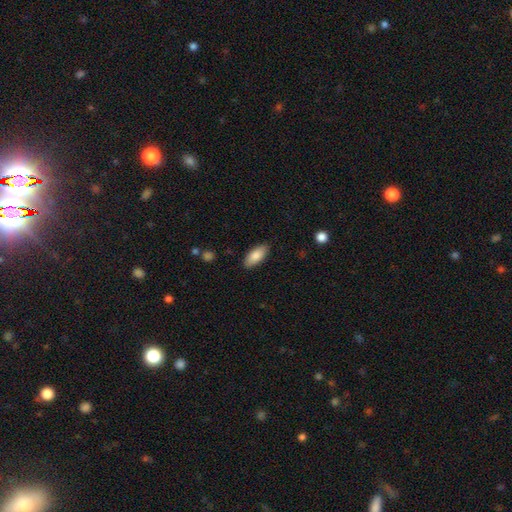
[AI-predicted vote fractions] Q: Smooth or featured?
A: smooth (85%); runner-up: featured or disk (9%)
Q: How rounded?
A: in between (86%); runner-up: cigar-shaped (12%)
Q: Merging?
A: none (87%); runner-up: minor disturbance (9%)